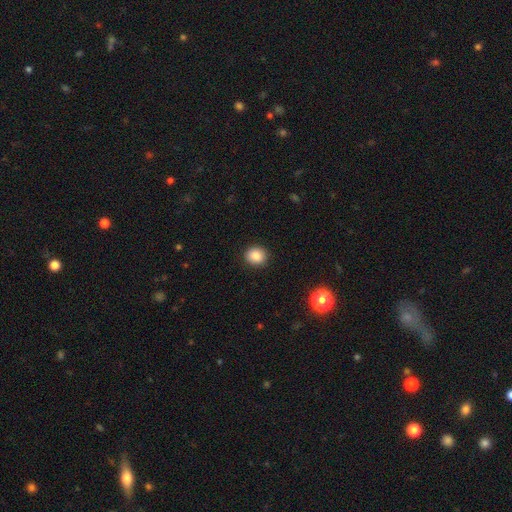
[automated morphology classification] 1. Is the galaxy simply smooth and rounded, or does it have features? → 86% smooth, 10% star or artifact, 4% featured or disk.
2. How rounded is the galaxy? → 82% round, 17% in between, 1% cigar-shaped.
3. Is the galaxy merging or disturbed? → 91% none, 6% minor disturbance, 2% major disturbance, 1% merger.